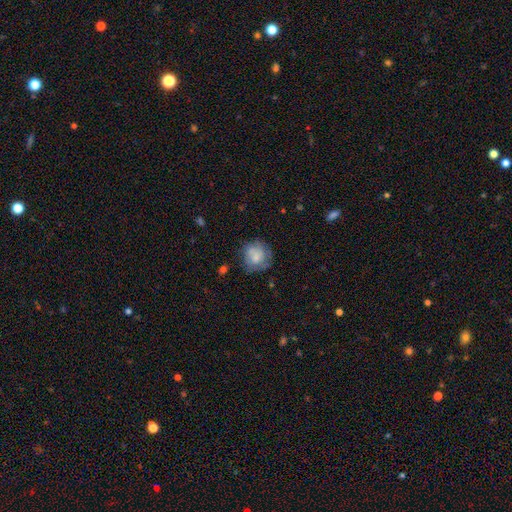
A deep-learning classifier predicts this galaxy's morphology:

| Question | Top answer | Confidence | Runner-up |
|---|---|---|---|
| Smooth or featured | smooth | 62% | featured or disk (29%) |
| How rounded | round | 83% | in between (16%) |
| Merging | none | 65% | minor disturbance (23%) |